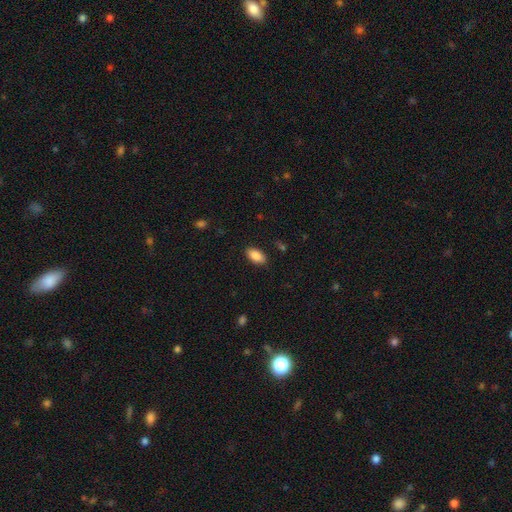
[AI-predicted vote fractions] Overall: smooth (87%). How rounded: in between (93%). Merging: none (87%).